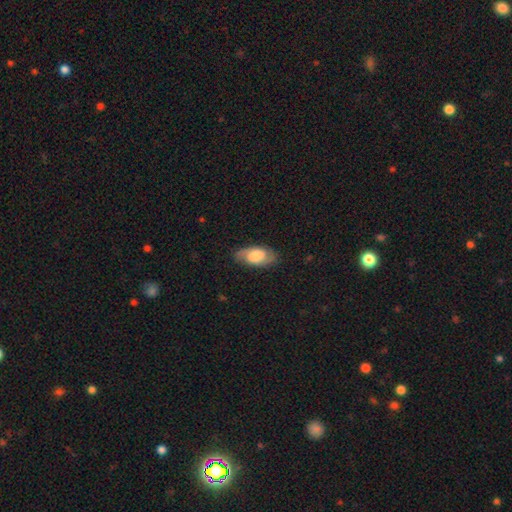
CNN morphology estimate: Smooth or featured? Predicted: smooth (p=0.48). Merging? Predicted: none (p=0.79).